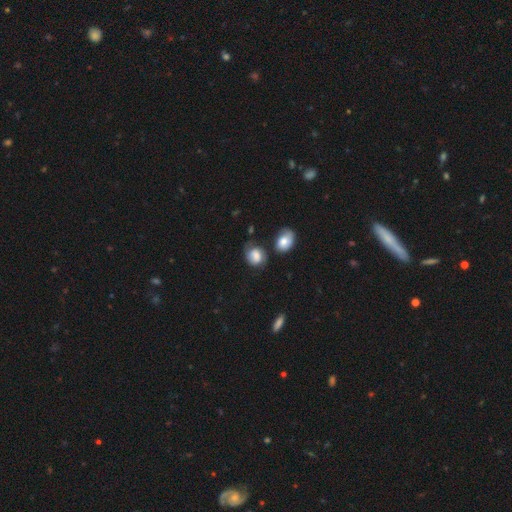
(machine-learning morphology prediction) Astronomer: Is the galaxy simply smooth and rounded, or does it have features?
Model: smooth — 69%.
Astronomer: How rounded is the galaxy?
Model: round — 54% (runner-up: in between, 45%).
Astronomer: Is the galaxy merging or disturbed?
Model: none — 51%.